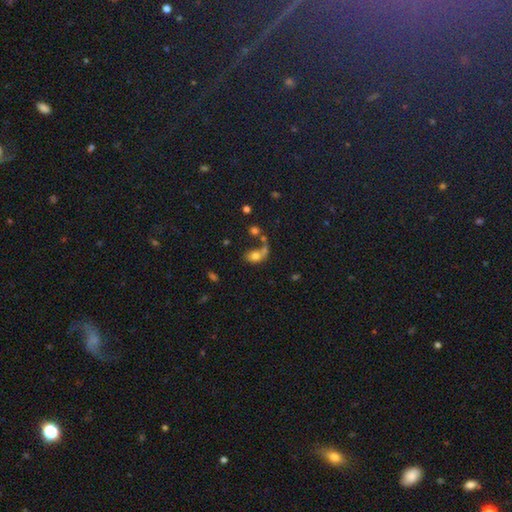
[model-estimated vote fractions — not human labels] Smooth or featured?
  - smooth: 67% *
  - featured or disk: 21%
  - star or artifact: 12%
How rounded?
  - in between: 69% *
  - round: 28%
  - cigar-shaped: 3%
Merging?
  - merger: 37% *
  - none: 27%
  - major disturbance: 22%
  - minor disturbance: 13%